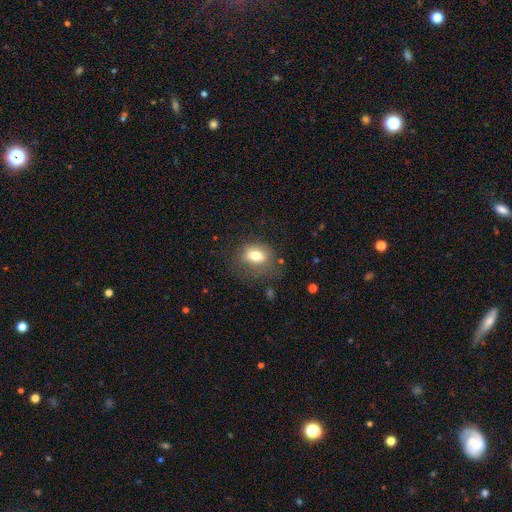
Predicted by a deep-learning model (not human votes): Overall: smooth (69%). How rounded: in between (68%; round 30%). Merging: none (57%; minor disturbance 24%).